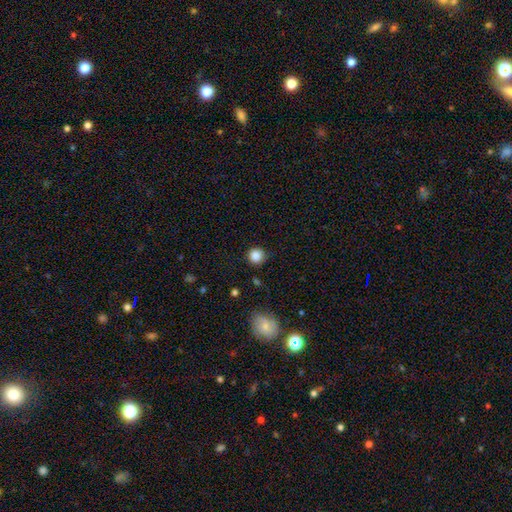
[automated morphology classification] type=smooth (85%); roundness=round (92%); merging=none (83%).